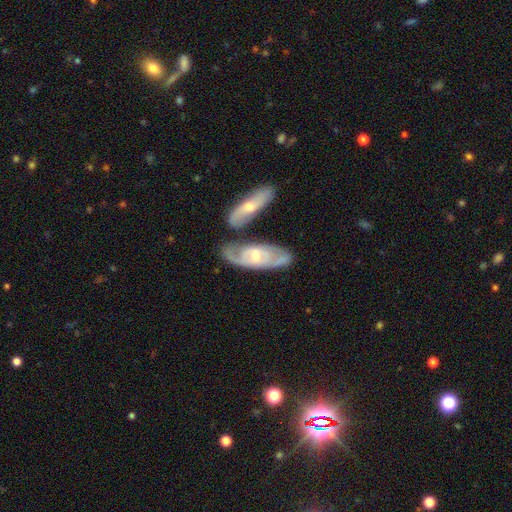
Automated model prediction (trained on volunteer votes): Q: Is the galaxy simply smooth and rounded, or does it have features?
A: featured or disk — 75%.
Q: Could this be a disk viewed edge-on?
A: no — 83%.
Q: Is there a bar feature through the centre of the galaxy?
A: no — 59%.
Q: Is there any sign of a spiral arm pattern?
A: yes — 78%.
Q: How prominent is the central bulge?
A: moderate — 60%.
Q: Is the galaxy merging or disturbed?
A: none — 55%.